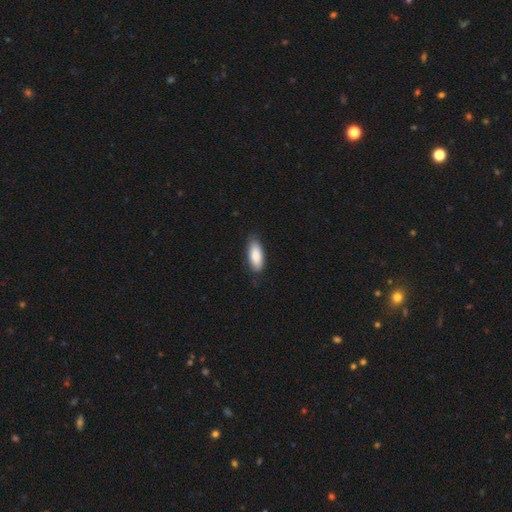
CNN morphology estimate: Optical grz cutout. It shows a smooth galaxy with no disk features (85%) that is in between round and cigar-shaped (82%). Merging: none (79%).